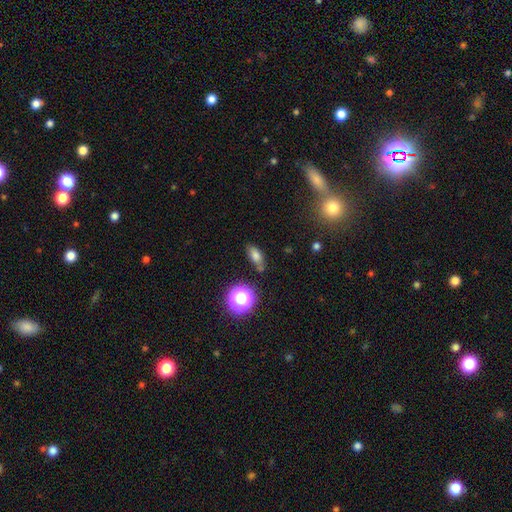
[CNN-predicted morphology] Smooth or featured?
  - smooth: 72% *
  - star or artifact: 16%
  - featured or disk: 12%
How rounded?
  - in between: 76% *
  - round: 13%
  - cigar-shaped: 11%
Merging?
  - none: 69% *
  - minor disturbance: 19%
  - merger: 8%
  - major disturbance: 5%